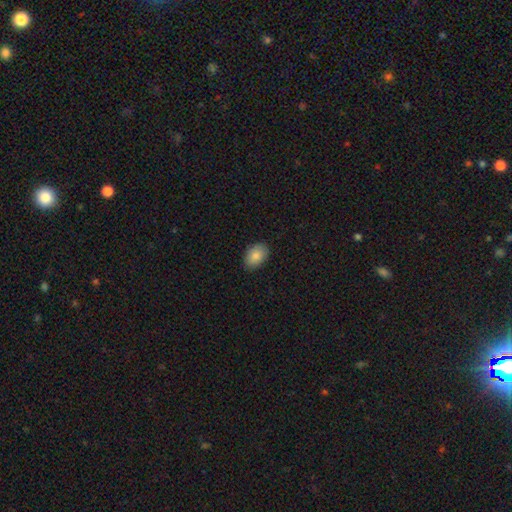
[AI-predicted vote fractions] A smooth galaxy with no disk features (85%) that is in between round and cigar-shaped (85%). Merging: none (88%).